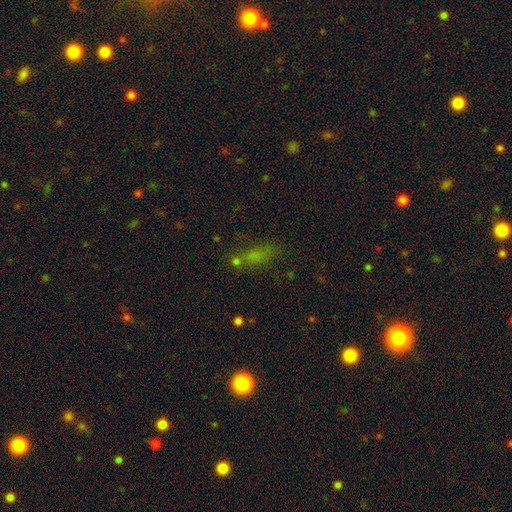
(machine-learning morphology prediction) The model was most divided on "smooth or featured": smooth: 58%, star or artifact: 28%, featured or disk: 14%. More confident: how rounded — in between (62%); merging — none (61%).